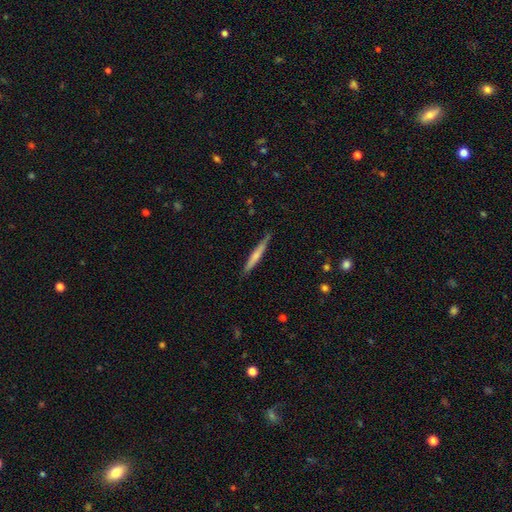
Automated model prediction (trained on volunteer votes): A smooth galaxy with no disk features (57%) that is cigar-shaped (95%).

Vote fractions:
- Smooth or featured? smooth: 57% / featured or disk: 37% / star or artifact: 6%
- How rounded? cigar-shaped: 95% / in between: 3% / round: 1%
- Merging? none: 85% / minor disturbance: 12% / major disturbance: 2% / merger: 1%